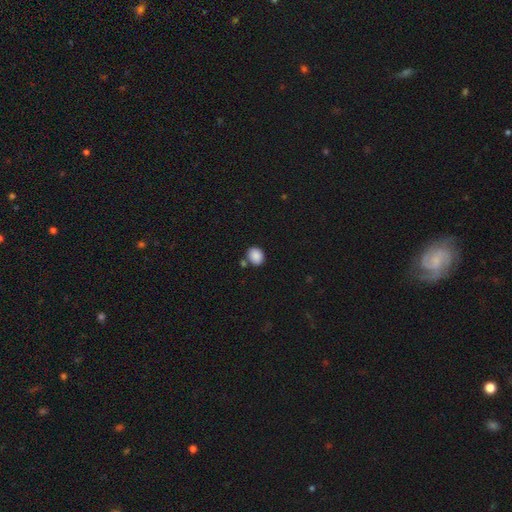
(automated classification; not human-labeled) Overall: smooth (88%). How rounded: round (51%; in between 48%). Merging: none (75%).